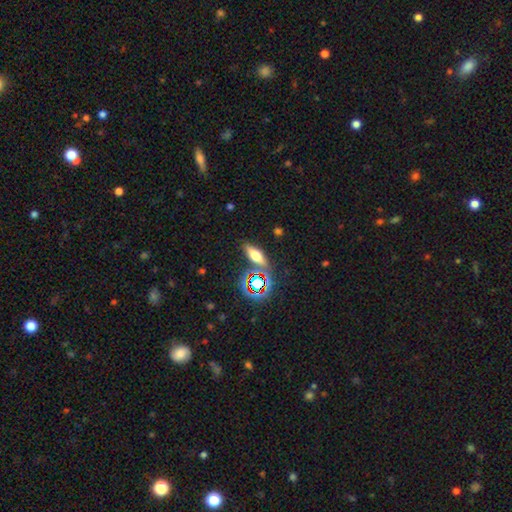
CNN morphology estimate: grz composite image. It shows a smooth galaxy with no disk features (46%). Merging: none (79%).